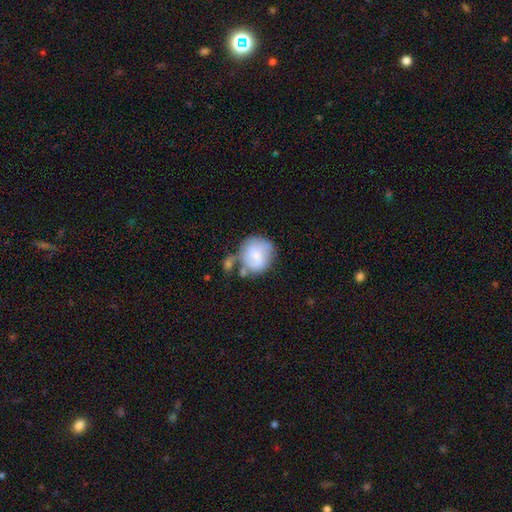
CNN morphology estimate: The model was most divided on "merging": none: 35%, merger: 25%, minor disturbance: 23%, major disturbance: 16%. More confident: how rounded — round (78%); smooth or featured — smooth (59%).